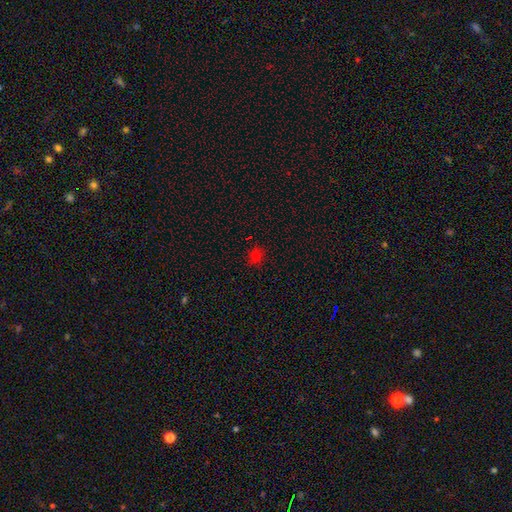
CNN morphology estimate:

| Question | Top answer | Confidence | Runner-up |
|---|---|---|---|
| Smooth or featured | smooth | 74% | star or artifact (20%) |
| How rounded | round | 65% | in between (34%) |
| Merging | none | 84% | minor disturbance (12%) |